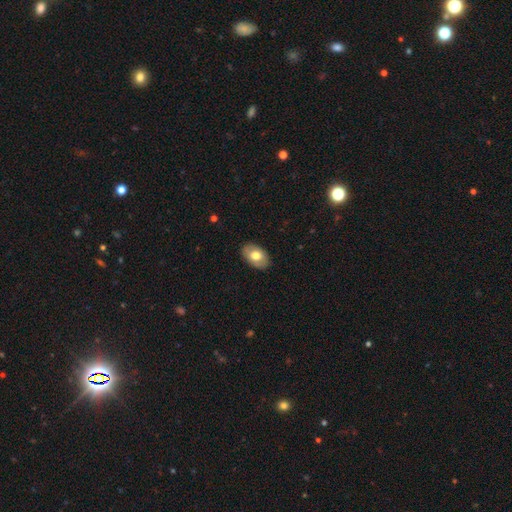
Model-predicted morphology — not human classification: Smooth or featured? Predicted: smooth (p=0.69). How rounded? Predicted: in between (p=0.90). Merging? Predicted: none (p=0.87).